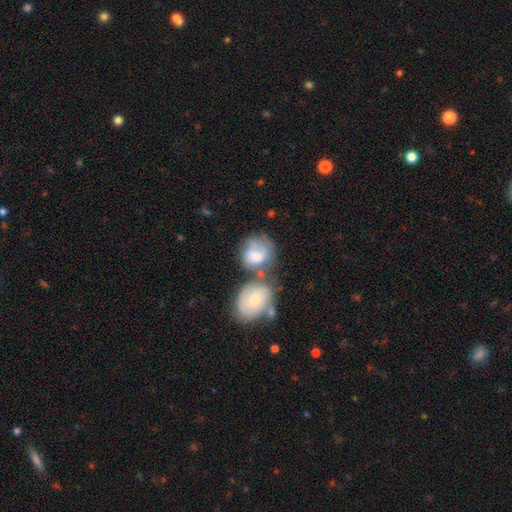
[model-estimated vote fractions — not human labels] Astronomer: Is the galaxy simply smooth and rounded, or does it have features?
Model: smooth — 57% (runner-up: featured or disk, 36%).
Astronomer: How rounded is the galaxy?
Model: round — 64%.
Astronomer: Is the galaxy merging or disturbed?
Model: merger — 41% (runner-up: none, 30%).